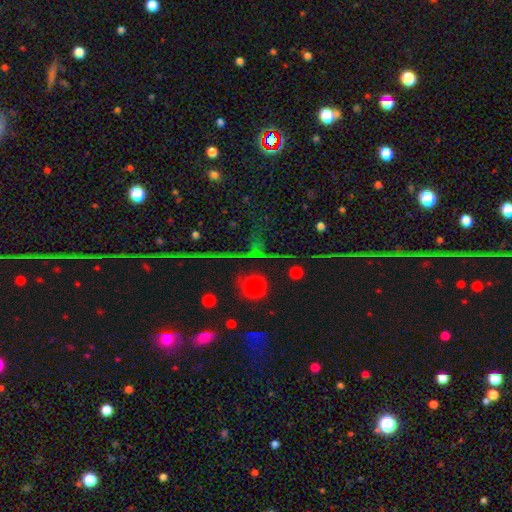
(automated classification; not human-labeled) smooth_or_featured: star or artifact (p=0.66) [alt: smooth p=0.20]